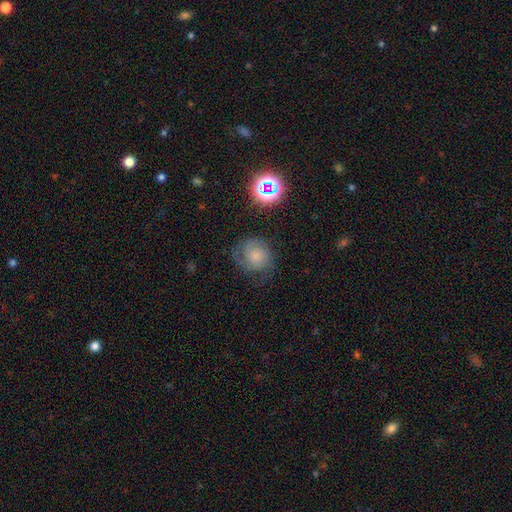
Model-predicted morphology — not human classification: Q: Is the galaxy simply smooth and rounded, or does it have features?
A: featured or disk — 53%.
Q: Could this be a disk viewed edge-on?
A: no — 98%.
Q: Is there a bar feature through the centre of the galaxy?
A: no — 76%.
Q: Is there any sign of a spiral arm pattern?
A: yes — 89%.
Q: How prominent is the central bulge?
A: small — 34%.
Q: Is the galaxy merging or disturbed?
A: none — 62%.